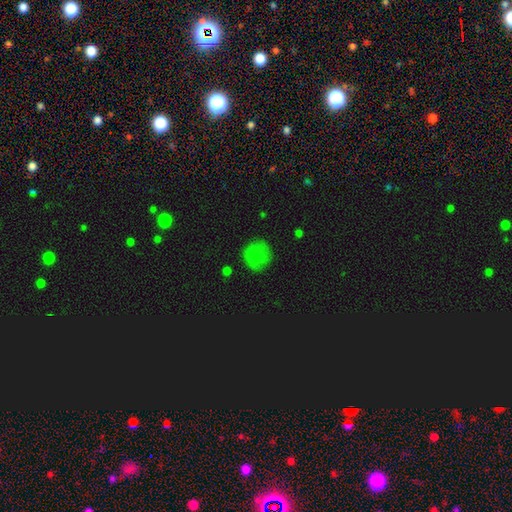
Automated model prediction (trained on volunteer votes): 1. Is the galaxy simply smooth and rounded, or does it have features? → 78% smooth, 12% star or artifact, 11% featured or disk.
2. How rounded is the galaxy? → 91% round, 8% in between, 1% cigar-shaped.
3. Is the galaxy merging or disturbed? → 80% none, 14% minor disturbance, 4% major disturbance, 1% merger.